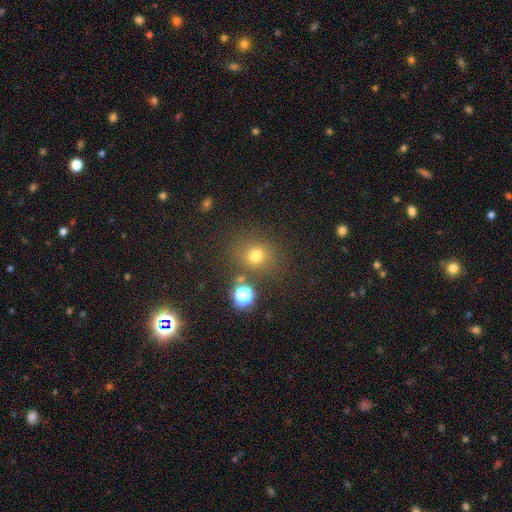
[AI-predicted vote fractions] Smooth or featured: smooth — 71% (star or artifact — 21%)
How rounded: round — 83% (in between — 16%)
Merging: none — 77% (minor disturbance — 11%)